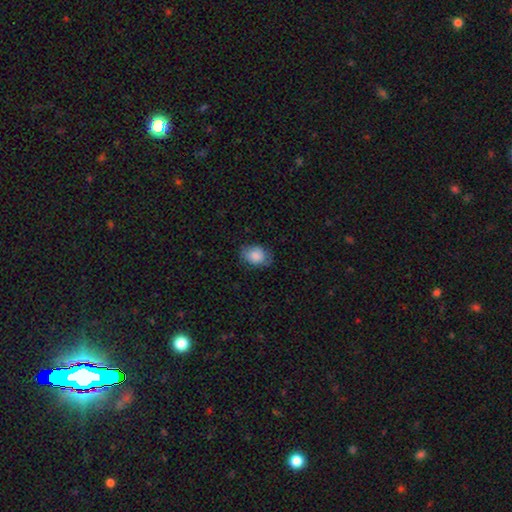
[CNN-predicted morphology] A smooth galaxy with no disk features (83%) that is in between round and cigar-shaped (66%). Merging: none (68%).